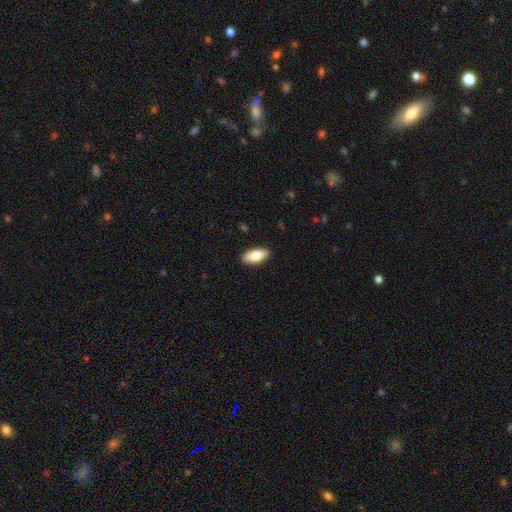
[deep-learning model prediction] The model was most divided on "smooth or featured": smooth: 81%, featured or disk: 13%, star or artifact: 6%. More confident: merging — none (89%); how rounded — in between (86%).